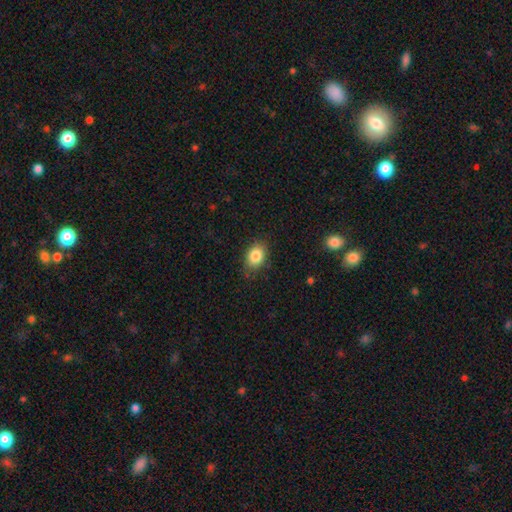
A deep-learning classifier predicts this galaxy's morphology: Smooth or featured? Predicted: smooth (p=0.85). How rounded? Predicted: in between (p=0.73). Merging? Predicted: none (p=0.82).